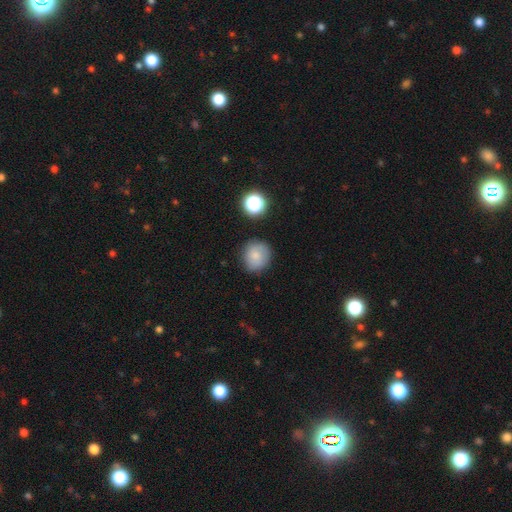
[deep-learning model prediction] Smooth or featured? Predicted: smooth (p=0.79). How rounded? Predicted: round (p=0.86). Merging? Predicted: none (p=0.82).